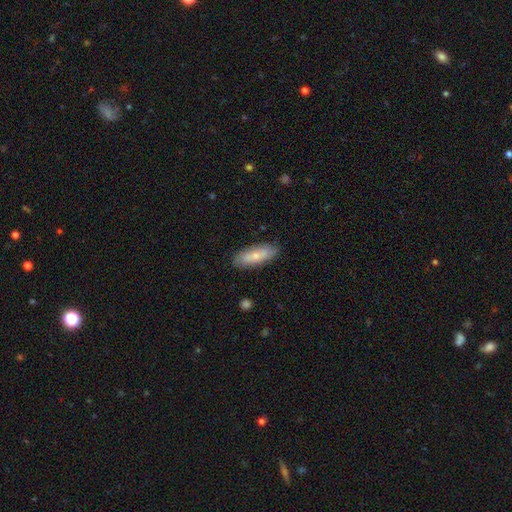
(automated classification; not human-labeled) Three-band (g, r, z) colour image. It shows a smooth galaxy with no disk features (69%) that is in between round and cigar-shaped (64%). Merging: none (85%).